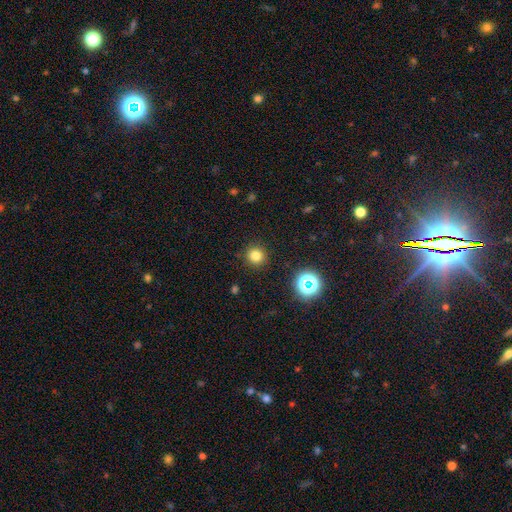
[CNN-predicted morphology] Smooth or featured?
  - smooth: 79% *
  - star or artifact: 16%
  - featured or disk: 5%
How rounded?
  - round: 93% *
  - in between: 6%
  - cigar-shaped: 1%
Merging?
  - none: 91% *
  - minor disturbance: 6%
  - major disturbance: 2%
  - merger: 1%